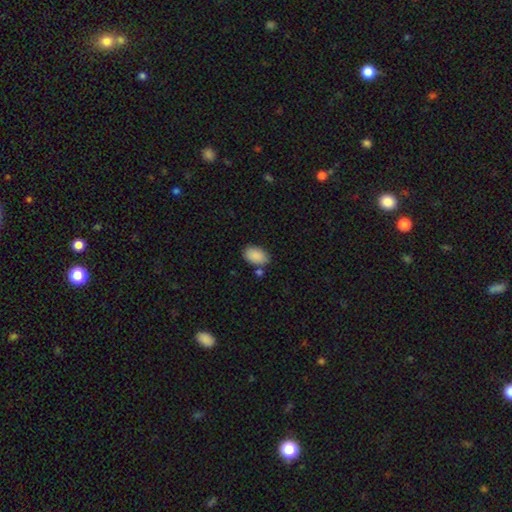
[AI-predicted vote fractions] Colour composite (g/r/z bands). It shows a smooth galaxy with no disk features (90%) that is in between round and cigar-shaped (93%). Merging: none (74%).